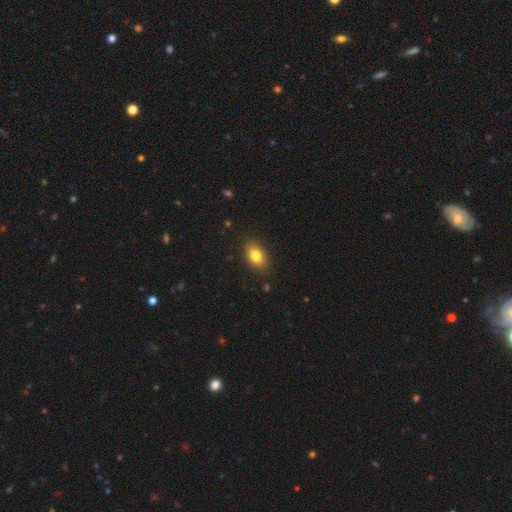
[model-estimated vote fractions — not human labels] A smooth galaxy with no disk features (82%) that is in between round and cigar-shaped (87%).

Vote fractions:
- Smooth or featured? smooth: 82% / featured or disk: 10% / star or artifact: 9%
- How rounded? in between: 87% / round: 11% / cigar-shaped: 3%
- Merging? none: 86% / minor disturbance: 11% / major disturbance: 2% / merger: 1%